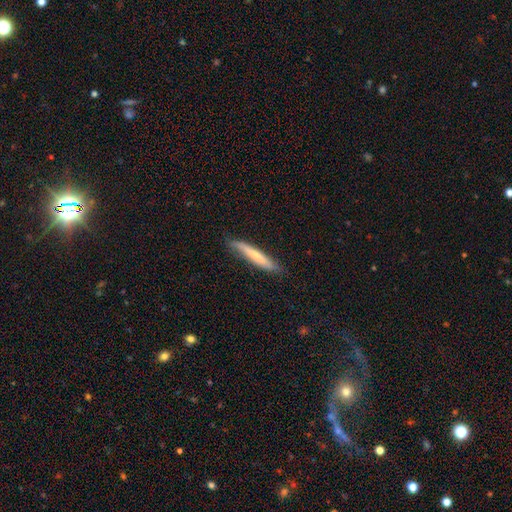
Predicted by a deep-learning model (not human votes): Morphology: type=smooth (59%); roundness=cigar-shaped (92%); merging=none (82%).